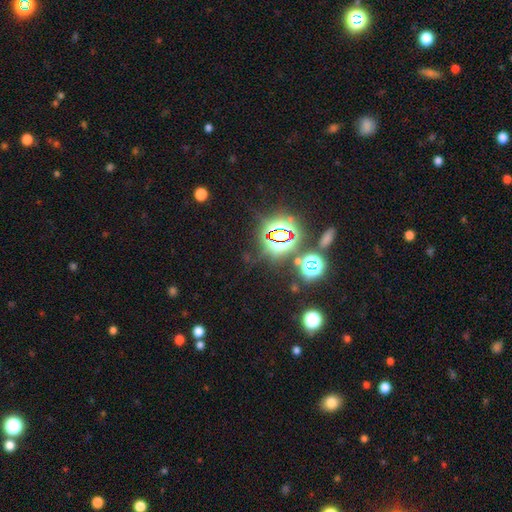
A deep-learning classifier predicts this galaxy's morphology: smooth-or-featured: star or artifact: 80% | smooth: 13% | featured or disk: 7%